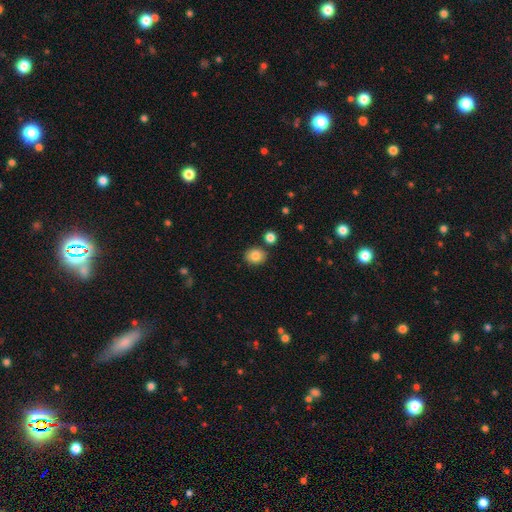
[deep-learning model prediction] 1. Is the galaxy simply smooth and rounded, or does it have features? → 85% smooth, 9% star or artifact, 6% featured or disk.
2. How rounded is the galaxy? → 60% round, 39% in between, 1% cigar-shaped.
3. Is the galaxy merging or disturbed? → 82% none, 9% minor disturbance, 6% merger, 2% major disturbance.